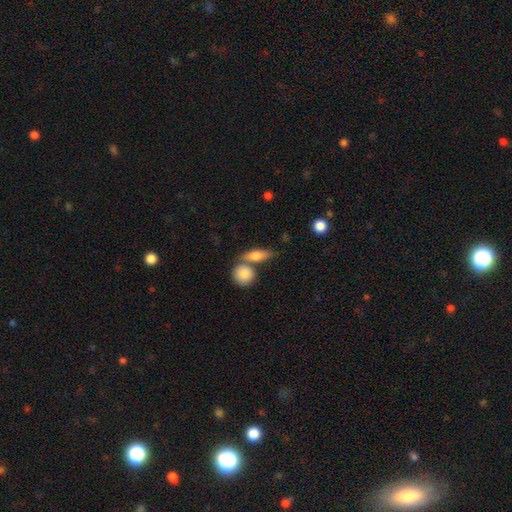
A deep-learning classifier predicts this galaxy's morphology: This appears to be a smooth galaxy with no disk features (69%) that is in between round and cigar-shaped (59%). Merging: none (52%).